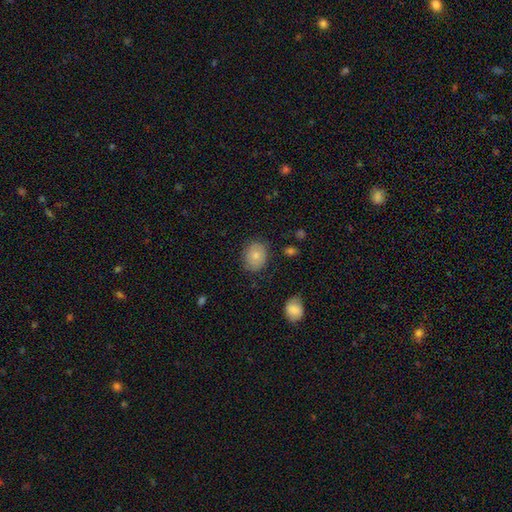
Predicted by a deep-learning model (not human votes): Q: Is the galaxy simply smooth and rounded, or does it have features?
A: smooth — 81%.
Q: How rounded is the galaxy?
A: round — 50%.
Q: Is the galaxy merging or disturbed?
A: none — 81%.